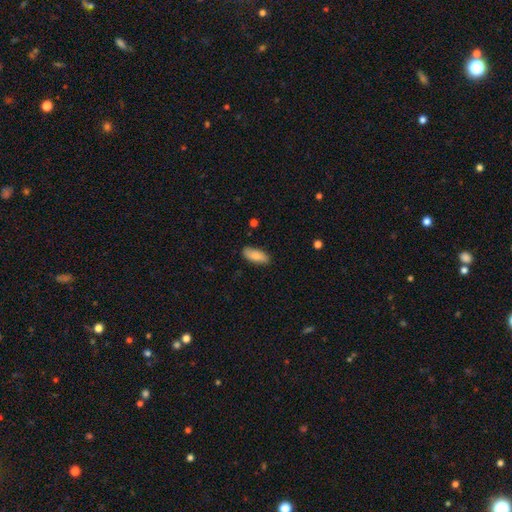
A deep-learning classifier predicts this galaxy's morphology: smooth 86%, featured or disk 8%, star or artifact 6%. Down the decision tree: how rounded — in between (83%); merging — none (83%).